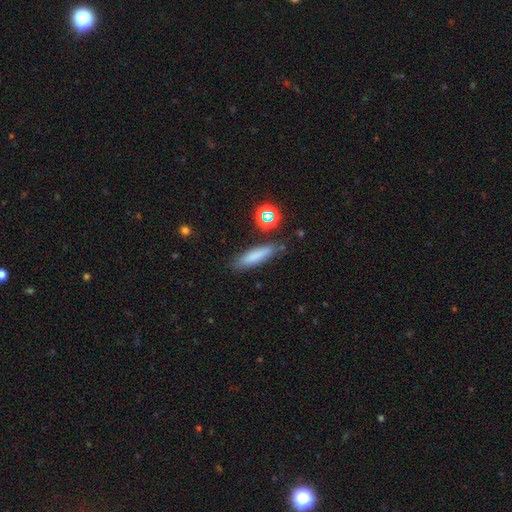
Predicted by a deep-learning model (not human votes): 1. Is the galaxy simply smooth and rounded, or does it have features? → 76% smooth, 12% featured or disk, 12% star or artifact.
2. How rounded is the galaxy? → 74% cigar-shaped, 24% in between, 3% round.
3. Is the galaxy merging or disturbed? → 79% none, 13% minor disturbance, 4% merger, 4% major disturbance.